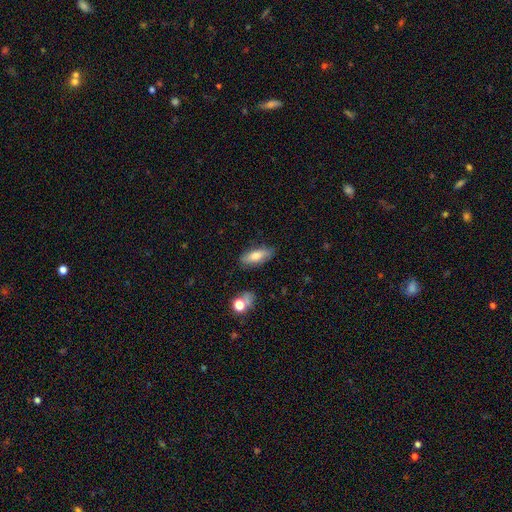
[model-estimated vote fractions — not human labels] Smooth or featured?
  - smooth: 74% *
  - featured or disk: 19%
  - star or artifact: 8%
How rounded?
  - in between: 73% *
  - cigar-shaped: 25%
  - round: 3%
Merging?
  - none: 79% *
  - minor disturbance: 15%
  - major disturbance: 3%
  - merger: 3%